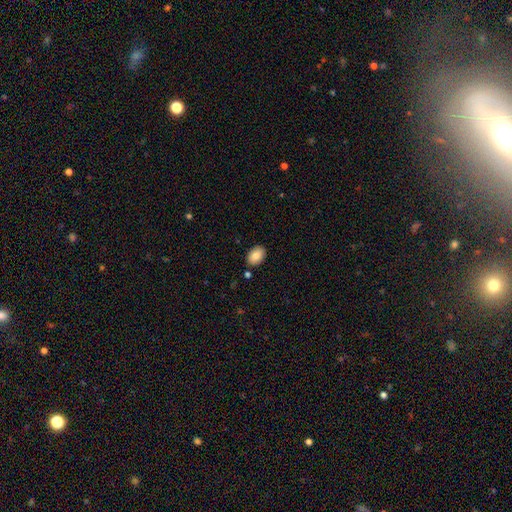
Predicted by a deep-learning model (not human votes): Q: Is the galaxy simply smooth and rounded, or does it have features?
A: smooth — 86%.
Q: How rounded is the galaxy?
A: in between — 83%.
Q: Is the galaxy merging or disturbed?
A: none — 87%.